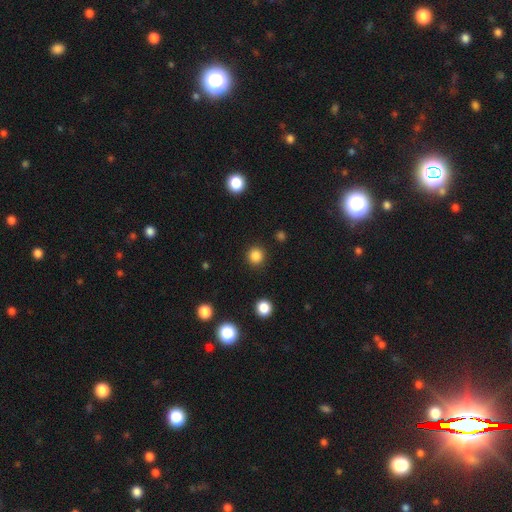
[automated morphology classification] This is clearly a smooth galaxy (85%). How rounded: clearly round (94%). Merging: clearly none (91%).